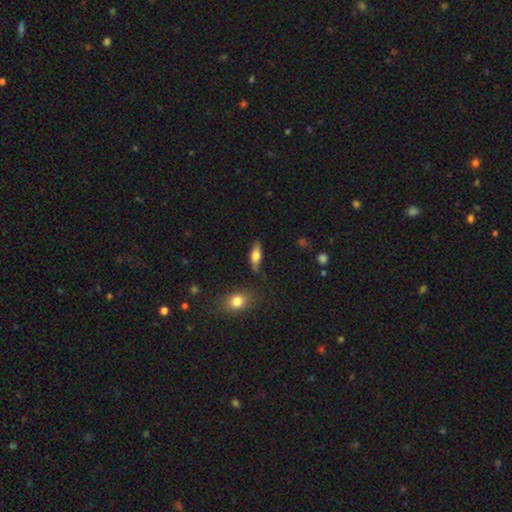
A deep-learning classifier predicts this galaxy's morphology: The model was most divided on "how rounded": in between: 67%, cigar-shaped: 29%, round: 4%. More confident: merging — none (76%); smooth or featured — smooth (67%).